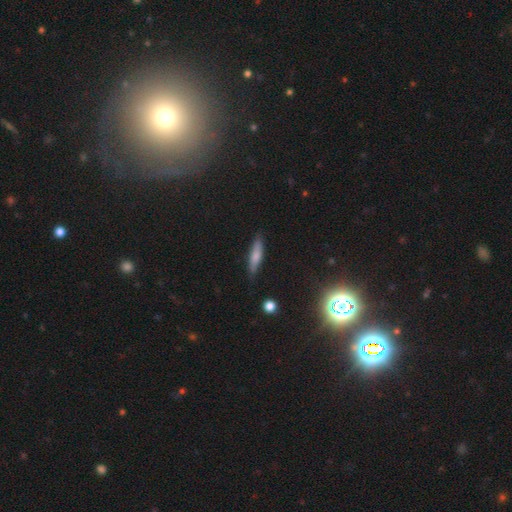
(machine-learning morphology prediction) smooth-or-featured: smooth: 69% | featured or disk: 23% | star or artifact: 8%
  how-rounded: cigar-shaped: 74% | in between: 24% | round: 2%
  merging: none: 82% | minor disturbance: 14% | major disturbance: 2% | merger: 2%